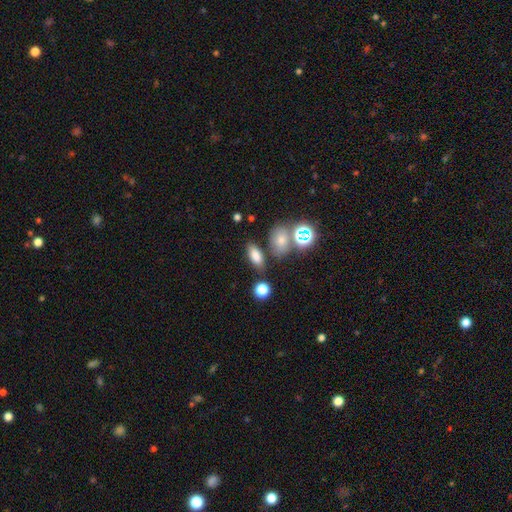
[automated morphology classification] Smooth or featured? smooth (77%)
How rounded? in between (84%)
Merging? none (72%)